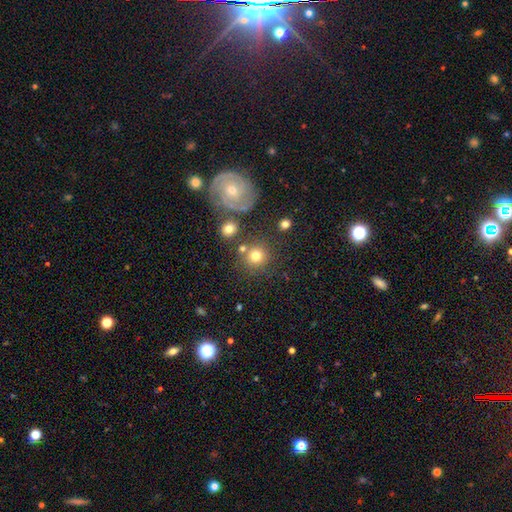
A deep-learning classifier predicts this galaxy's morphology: Overall: smooth (72%). How rounded: round (90%). Merging: none (74%).